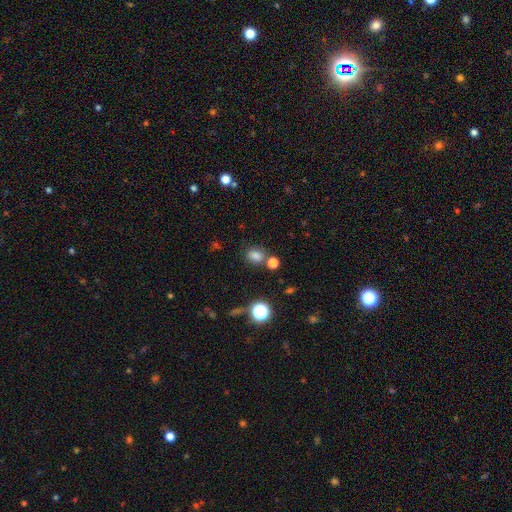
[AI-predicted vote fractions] smooth-or-featured: smooth: 76% | star or artifact: 18% | featured or disk: 6%
  how-rounded: in between: 50% | round: 49% | cigar-shaped: 1%
  merging: none: 70% | merger: 14% | minor disturbance: 12% | major disturbance: 4%